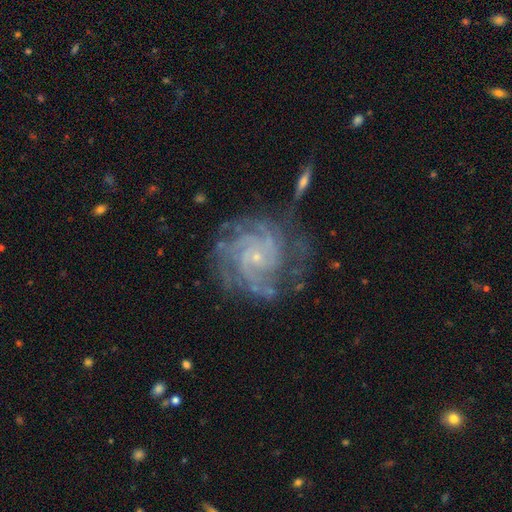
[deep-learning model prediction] Smooth or featured?
  - featured or disk: 90% *
  - star or artifact: 6%
  - smooth: 4%
Edge-on disk?
  - no: 98% *
  - yes: 2%
Bar?
  - no: 74% *
  - weak: 20%
  - strong: 6%
Spiral arms?
  - yes: 98% *
  - no: 2%
Spiral winding?
  - tight: 71% *
  - medium: 25%
  - loose: 4%
Spiral arm count?
  - 4: 27% *
  - 3: 24%
  - can't tell: 17%
  - 2: 16%
  - more than 4: 9%
  - 1: 7%
Bulge size?
  - small: 85% *
  - moderate: 9%
  - none: 4%
  - large: 1%
  - dominant: 1%
Merging?
  - none: 66% *
  - minor disturbance: 19%
  - major disturbance: 11%
  - merger: 4%